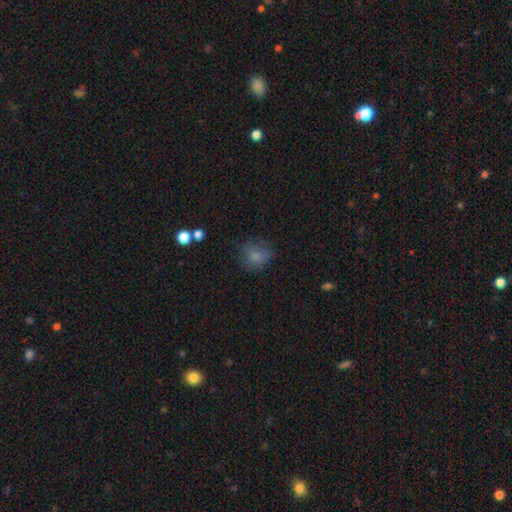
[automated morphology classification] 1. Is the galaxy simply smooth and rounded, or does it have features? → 77% smooth, 12% star or artifact, 11% featured or disk.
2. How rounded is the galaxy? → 66% round, 32% in between, 1% cigar-shaped.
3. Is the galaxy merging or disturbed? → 61% none, 24% minor disturbance, 13% major disturbance, 2% merger.